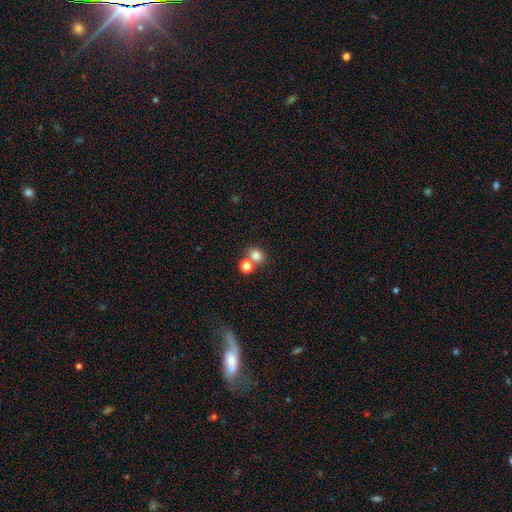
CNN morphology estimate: Overall: smooth (80%). How rounded: round (75%). Merging: none (56%; merger 34%).